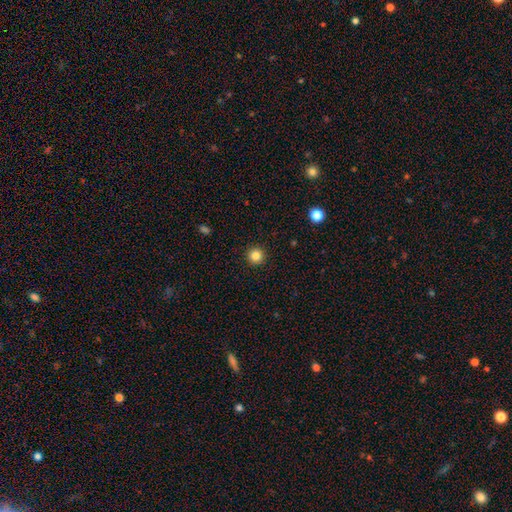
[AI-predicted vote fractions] This appears to be a smooth galaxy with no disk features (84%) that is round (96%). Merging: none (93%).